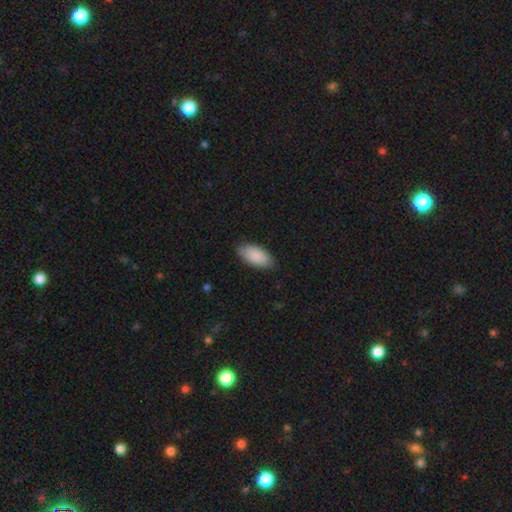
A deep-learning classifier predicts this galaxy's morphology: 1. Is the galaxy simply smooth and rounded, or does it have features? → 90% smooth, 5% star or artifact, 5% featured or disk.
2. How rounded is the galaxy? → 92% in between, 6% cigar-shaped, 2% round.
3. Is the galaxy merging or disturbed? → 86% none, 11% minor disturbance, 2% major disturbance, 1% merger.